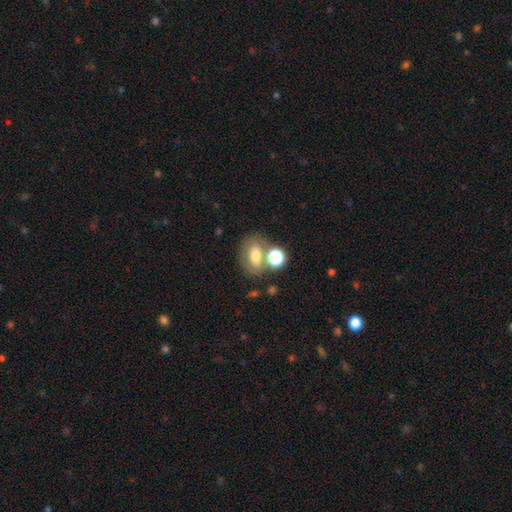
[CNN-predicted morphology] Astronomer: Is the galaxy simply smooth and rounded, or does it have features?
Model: smooth — 63%.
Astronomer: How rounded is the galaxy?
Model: in between — 71%.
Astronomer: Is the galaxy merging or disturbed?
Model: none — 54%.